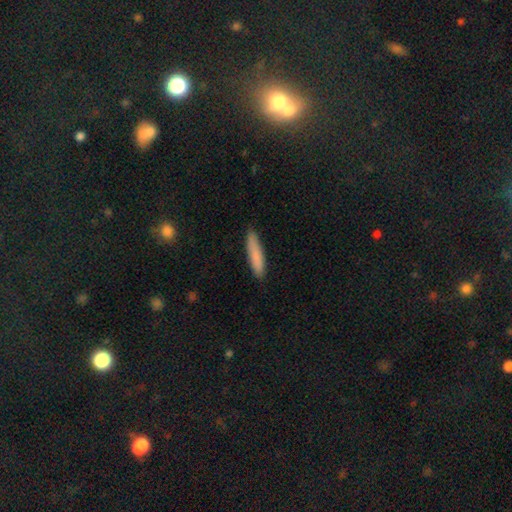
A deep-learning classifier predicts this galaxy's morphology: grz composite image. It shows a smooth galaxy with no disk features (84%) that is cigar-shaped (87%). Merging: none (87%).